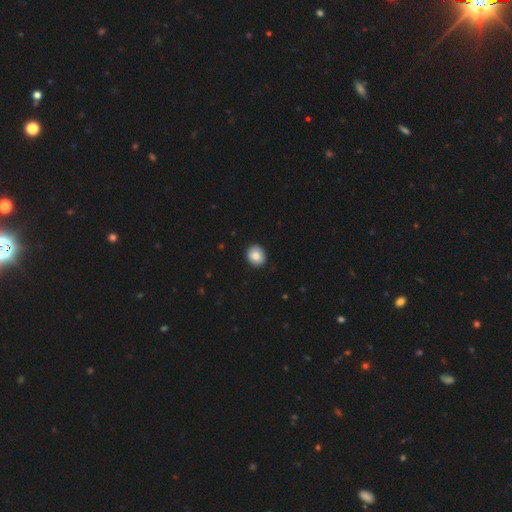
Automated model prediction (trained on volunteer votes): smooth_or_featured: smooth (p=0.86) [alt: star or artifact p=0.08]
how_rounded: round (p=0.70) [alt: in between p=0.29]
merging: none (p=0.91) [alt: minor disturbance p=0.06]